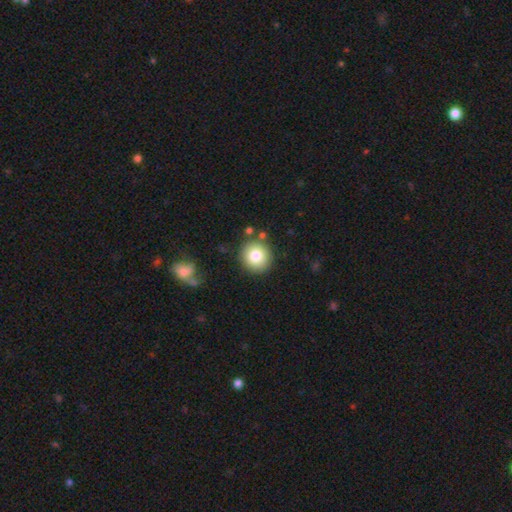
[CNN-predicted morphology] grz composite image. It shows a smooth galaxy with no disk features (81%) that is round (90%). Merging: none (85%).